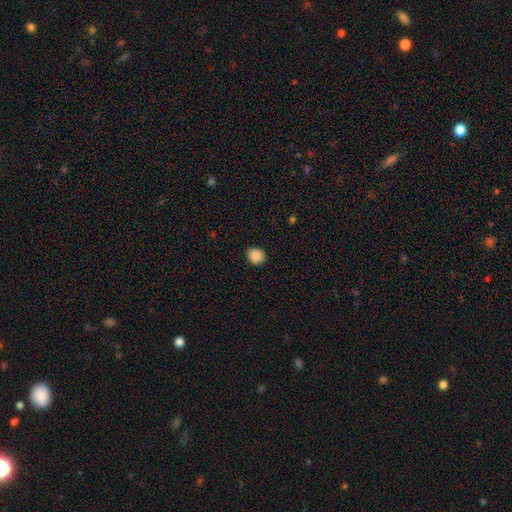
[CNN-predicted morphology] smooth-or-featured: smooth: 87% | star or artifact: 9% | featured or disk: 4%
  how-rounded: round: 70% | in between: 29% | cigar-shaped: 1%
  merging: none: 88% | minor disturbance: 10% | major disturbance: 2% | merger: 1%